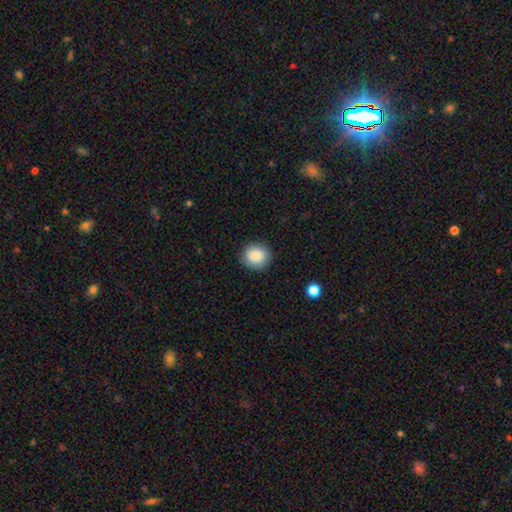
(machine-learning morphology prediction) A smooth galaxy with no disk features (88%) that is round (86%). Merging: none (90%).